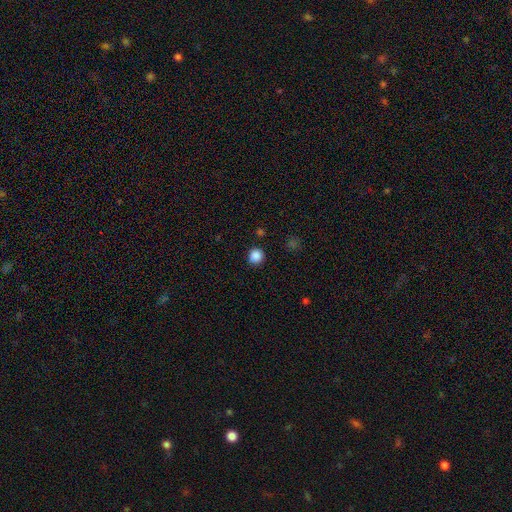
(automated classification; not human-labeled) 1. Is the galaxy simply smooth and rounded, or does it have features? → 86% smooth, 11% star or artifact, 3% featured or disk.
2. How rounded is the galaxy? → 94% round, 5% in between, 1% cigar-shaped.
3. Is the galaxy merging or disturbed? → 91% none, 5% minor disturbance, 2% major disturbance, 2% merger.